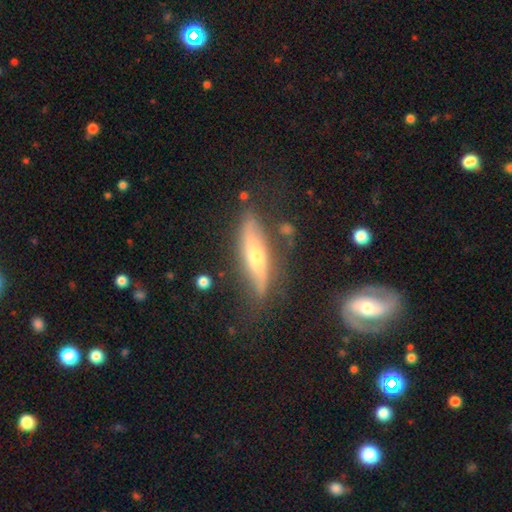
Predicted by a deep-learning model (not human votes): A featured or disk galaxy (58%) viewed edge-on (70%). Merging: none (66%).